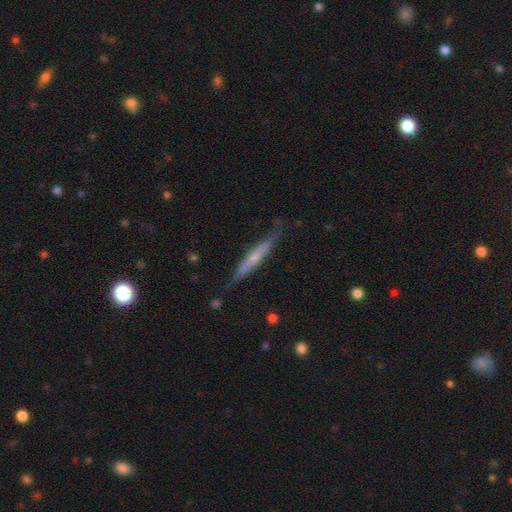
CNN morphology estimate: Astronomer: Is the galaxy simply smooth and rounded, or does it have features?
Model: featured or disk — 49% (runner-up: smooth, 45%).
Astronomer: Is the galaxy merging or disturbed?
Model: none — 79%.